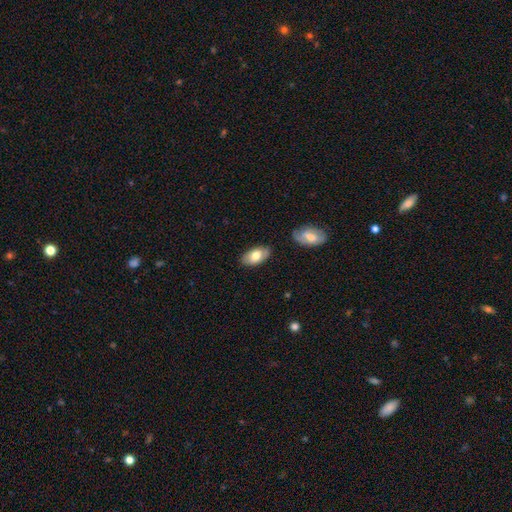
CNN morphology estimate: smooth 73%, featured or disk 21%, star or artifact 6%. Down the decision tree: how rounded — in between (95%); merging — none (84%).